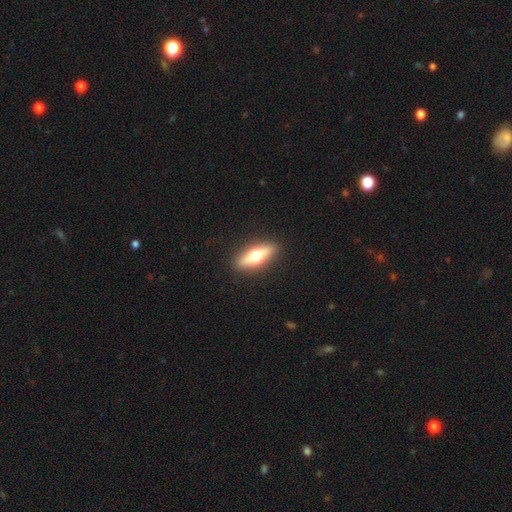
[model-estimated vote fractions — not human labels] featured or disk 49%, smooth 45%, star or artifact 6%. Down the decision tree: merging — none (90%).